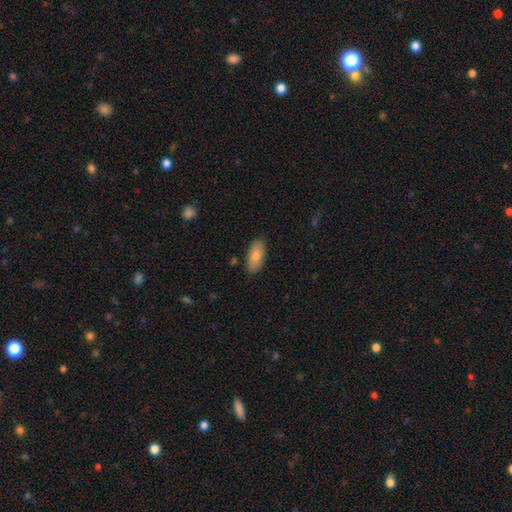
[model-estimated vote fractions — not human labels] Smooth or featured: smooth — 83% (featured or disk — 11%)
How rounded: in between — 91% (cigar-shaped — 7%)
Merging: none — 86% (minor disturbance — 10%)